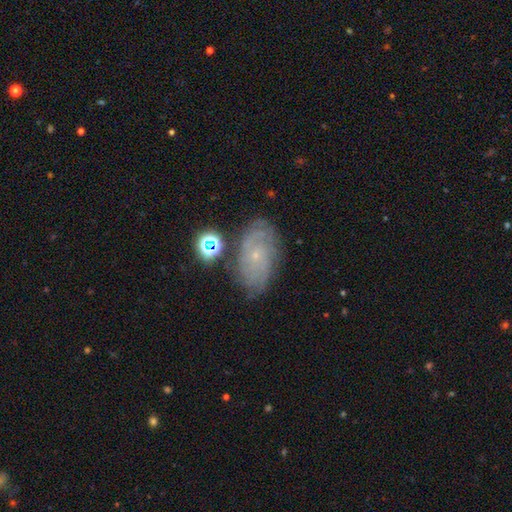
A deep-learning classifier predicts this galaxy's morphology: Smooth or featured? featured or disk (65%)
Edge-on disk? no (94%)
Bar? no (79%)
Spiral arms? yes (86%)
Spiral winding? tight (64%)
Spiral arm count? can't tell (50%)
Bulge size? small (85%)
Merging? none (75%)